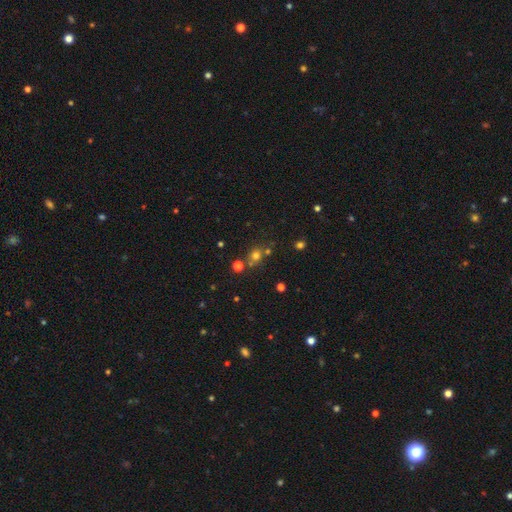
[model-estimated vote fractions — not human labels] smooth 64%, star or artifact 26%, featured or disk 10%. Down the decision tree: how rounded — round (84%); merging — none (64%).